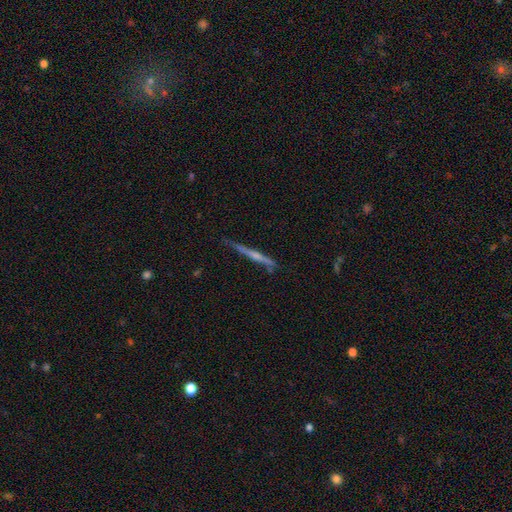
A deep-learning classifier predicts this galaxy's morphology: This is likely a featured or disk galaxy (61%). It is clearly viewed edge-on (91%). Edge-on bulge: possibly rounded (57%). Merging: likely none (78%).